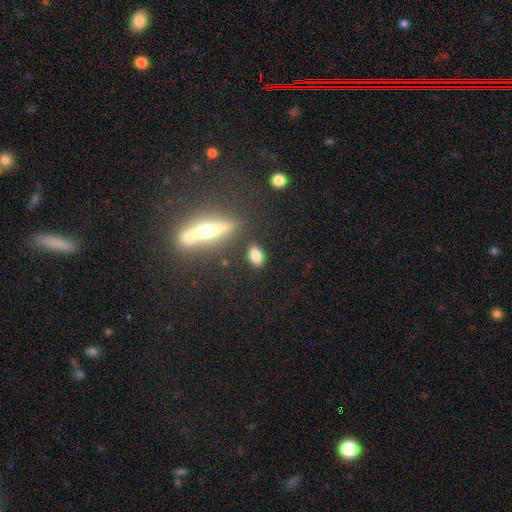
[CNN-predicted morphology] A smooth galaxy with no disk features (76%) that is in between round and cigar-shaped (83%).

Vote fractions:
- Smooth or featured? smooth: 76% / featured or disk: 15% / star or artifact: 9%
- How rounded? in between: 83% / round: 9% / cigar-shaped: 9%
- Merging? none: 83% / minor disturbance: 9% / merger: 4% / major disturbance: 3%